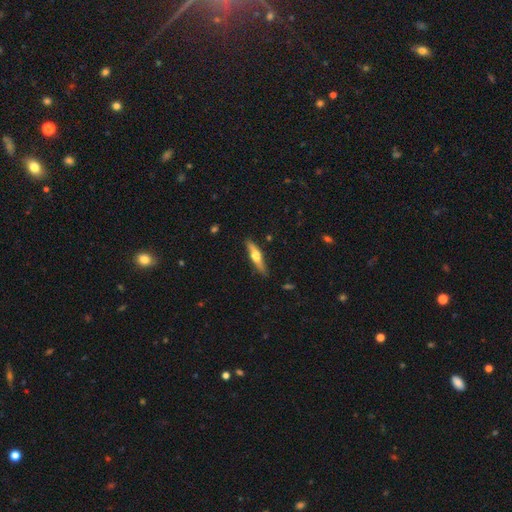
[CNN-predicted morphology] Smooth or featured?
  - featured or disk: 56% *
  - smooth: 39%
  - star or artifact: 5%
Edge-on disk?
  - yes: 94% *
  - no: 6%
Edge-on bulge?
  - rounded: 93% *
  - boxy: 4%
  - none: 3%
Merging?
  - none: 87% *
  - minor disturbance: 10%
  - major disturbance: 2%
  - merger: 1%